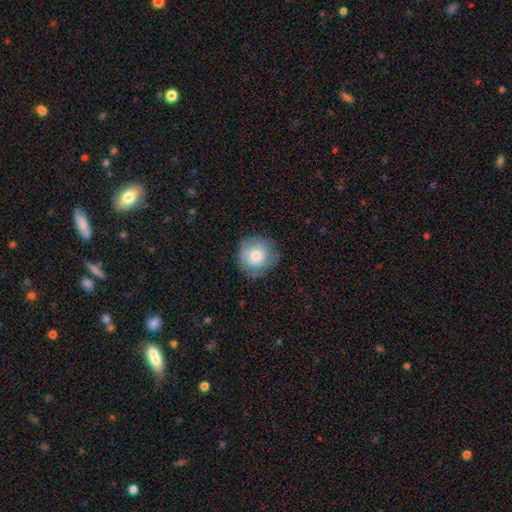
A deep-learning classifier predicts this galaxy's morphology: smooth_or_featured: smooth (p=0.74) [alt: featured or disk p=0.18]
how_rounded: round (p=0.92) [alt: in between p=0.07]
merging: none (p=0.77) [alt: minor disturbance p=0.17]